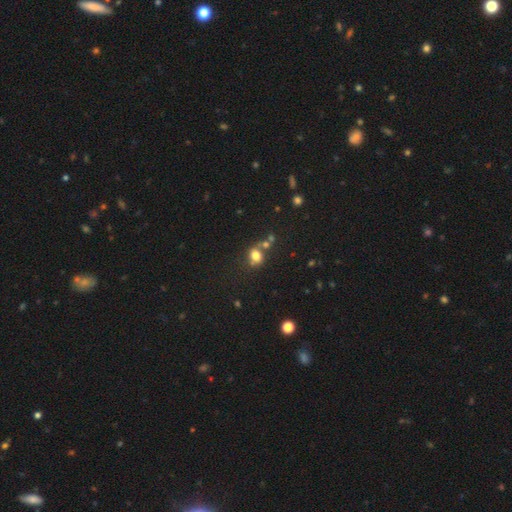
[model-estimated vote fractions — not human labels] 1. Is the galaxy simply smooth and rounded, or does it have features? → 75% smooth, 14% star or artifact, 10% featured or disk.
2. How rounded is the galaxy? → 55% round, 43% in between, 1% cigar-shaped.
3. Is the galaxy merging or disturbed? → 51% none, 27% merger, 15% minor disturbance, 7% major disturbance.